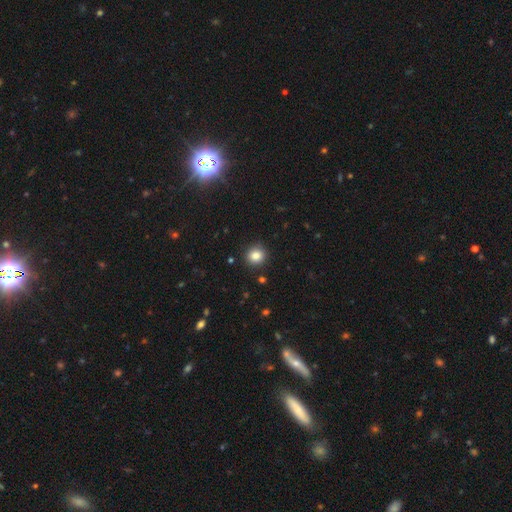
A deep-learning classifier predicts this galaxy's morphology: This appears to be a smooth galaxy with no disk features (84%) that is round (87%). Merging: none (90%).